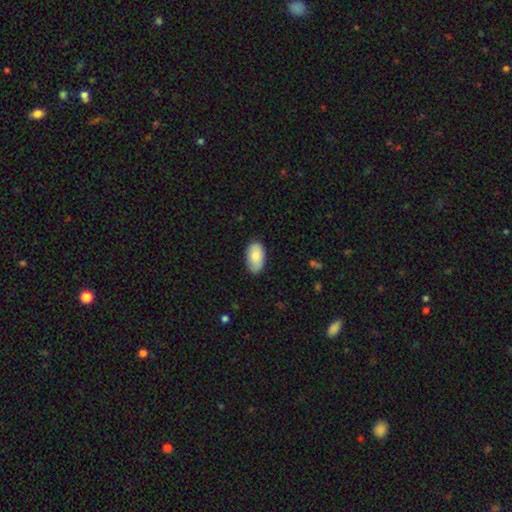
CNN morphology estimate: The model was most divided on "merging": none: 81%, minor disturbance: 16%, major disturbance: 2%, merger: 1%. More confident: how rounded — in between (95%); smooth or featured — smooth (85%).